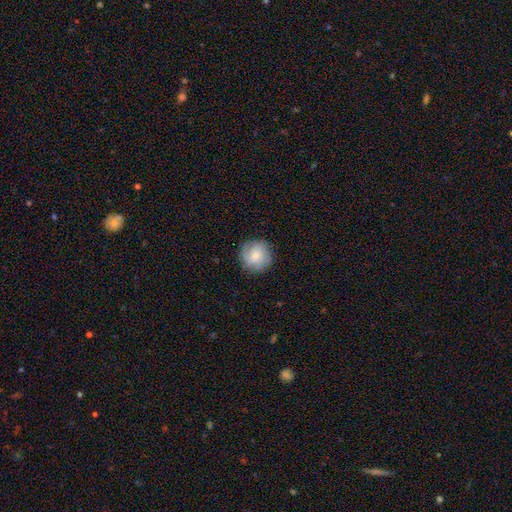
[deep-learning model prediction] This appears to be a smooth galaxy with no disk features (60%) that is round (93%). Merging: none (84%).